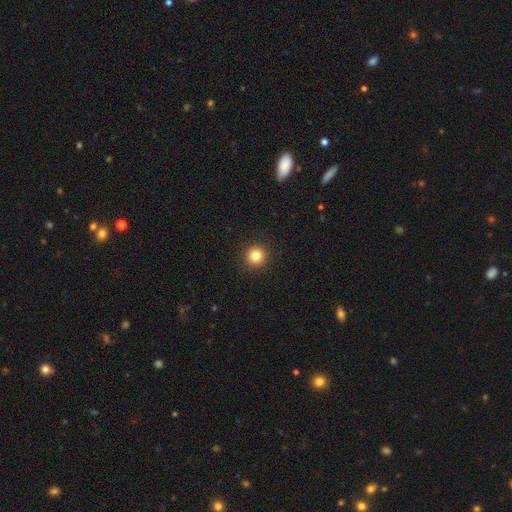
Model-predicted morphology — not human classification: type=smooth (83%); roundness=round (95%); merging=none (93%).